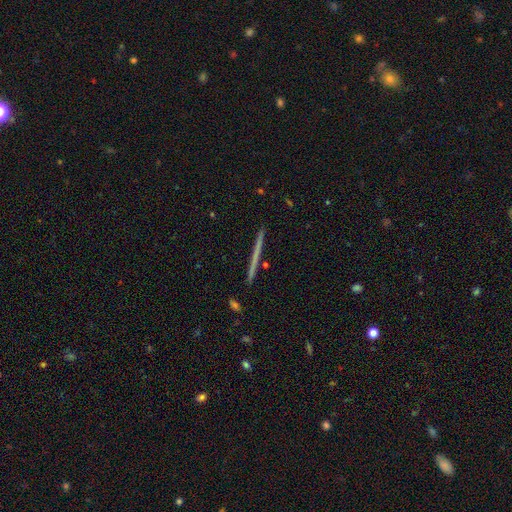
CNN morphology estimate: A featured or disk galaxy (54%) viewed edge-on (98%) with no central bulge (91%). Merging: none (93%).